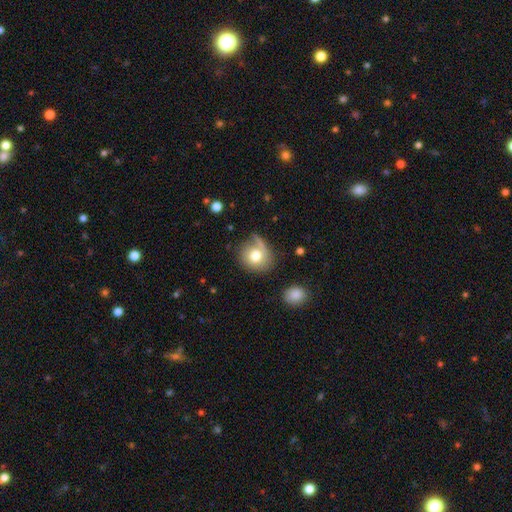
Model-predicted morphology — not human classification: Q: Smooth or featured?
A: smooth (70%); runner-up: featured or disk (21%)
Q: How rounded?
A: round (78%); runner-up: in between (21%)
Q: Merging?
A: none (56%); runner-up: minor disturbance (23%)